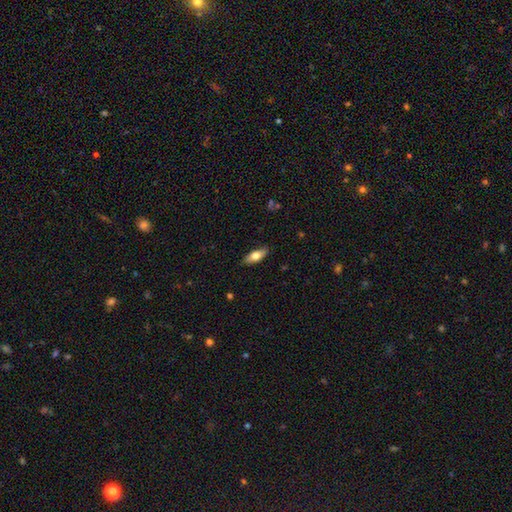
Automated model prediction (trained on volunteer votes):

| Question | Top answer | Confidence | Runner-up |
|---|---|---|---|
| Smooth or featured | smooth | 66% | featured or disk (27%) |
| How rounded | in between | 69% | cigar-shaped (28%) |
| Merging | none | 87% | minor disturbance (10%) |